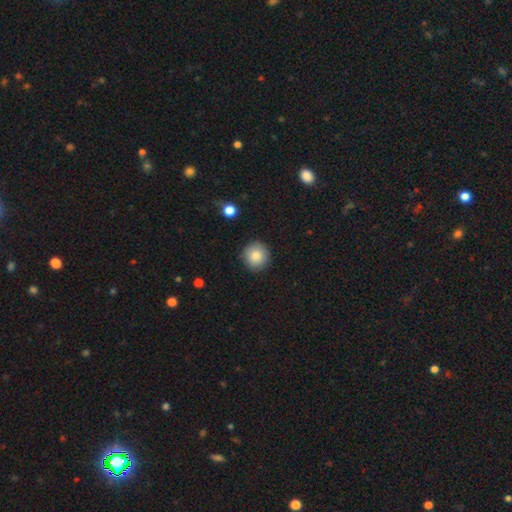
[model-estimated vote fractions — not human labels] Smooth or featured? Predicted: smooth (p=0.84). How rounded? Predicted: round (p=0.91). Merging? Predicted: none (p=0.89).